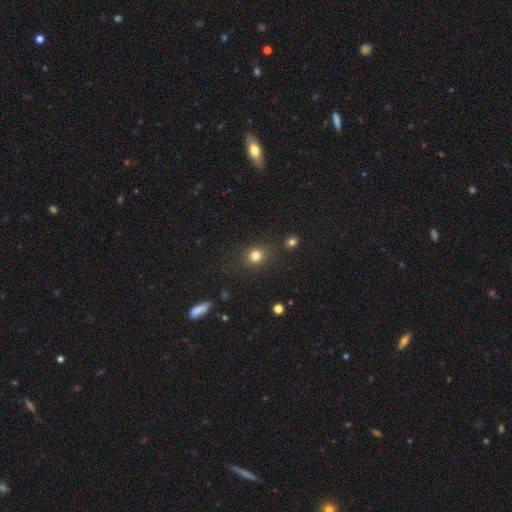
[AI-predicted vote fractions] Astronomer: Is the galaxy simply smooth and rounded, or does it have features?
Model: smooth — 78%.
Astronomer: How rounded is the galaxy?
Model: round — 78%.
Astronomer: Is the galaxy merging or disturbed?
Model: none — 83%.